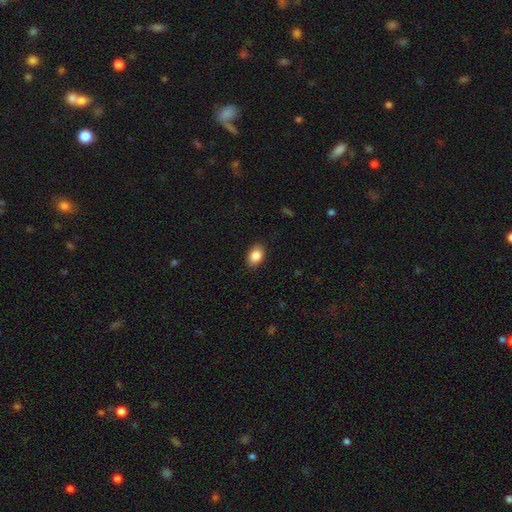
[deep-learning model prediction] The model was most divided on "how rounded": in between: 83%, round: 16%, cigar-shaped: 1%. More confident: smooth or featured — smooth (87%); merging — none (86%).